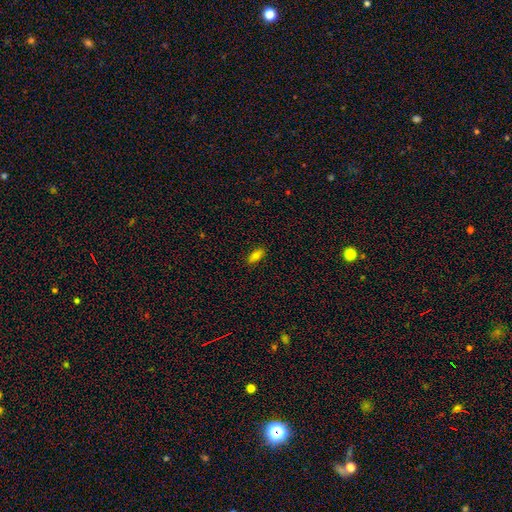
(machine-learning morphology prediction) A smooth galaxy with no disk features (78%) that is in between round and cigar-shaped (81%).

Vote fractions:
- Smooth or featured? smooth: 78% / featured or disk: 13% / star or artifact: 9%
- How rounded? in between: 81% / cigar-shaped: 16% / round: 3%
- Merging? none: 87% / minor disturbance: 10% / major disturbance: 2% / merger: 1%